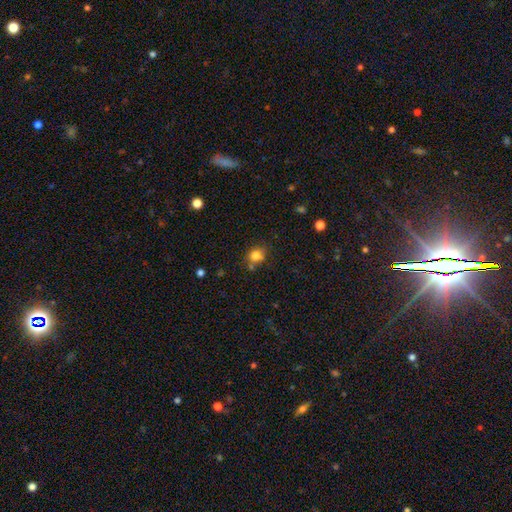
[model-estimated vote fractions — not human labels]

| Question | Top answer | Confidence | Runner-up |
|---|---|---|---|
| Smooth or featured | smooth | 81% | star or artifact (12%) |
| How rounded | round | 72% | in between (27%) |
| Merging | none | 67% | minor disturbance (16%) |